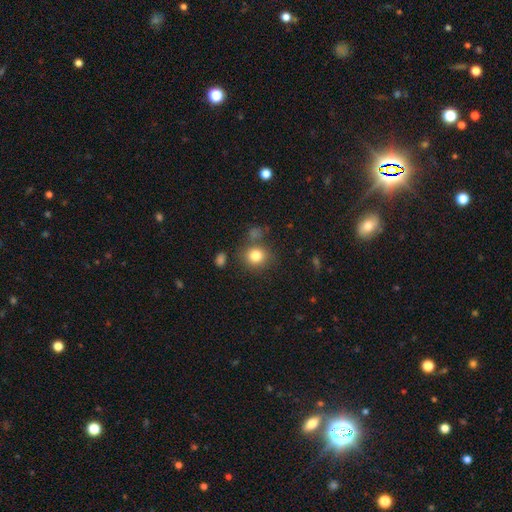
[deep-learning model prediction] Smooth or featured? smooth (81%)
How rounded? round (83%)
Merging? none (76%)